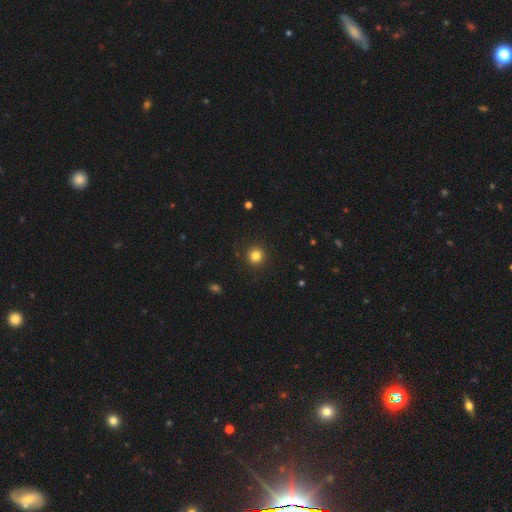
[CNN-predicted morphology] A smooth galaxy with no disk features (82%) that is round (95%).

Vote fractions:
- Smooth or featured? smooth: 82% / star or artifact: 13% / featured or disk: 5%
- How rounded? round: 95% / in between: 4% / cigar-shaped: 1%
- Merging? none: 92% / minor disturbance: 5% / major disturbance: 2% / merger: 1%